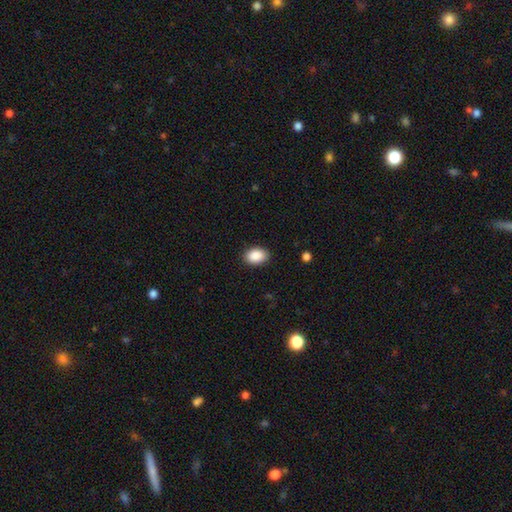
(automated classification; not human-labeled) Smooth or featured: smooth — 90% (star or artifact — 7%)
How rounded: in between — 84% (round — 15%)
Merging: none — 88% (minor disturbance — 9%)